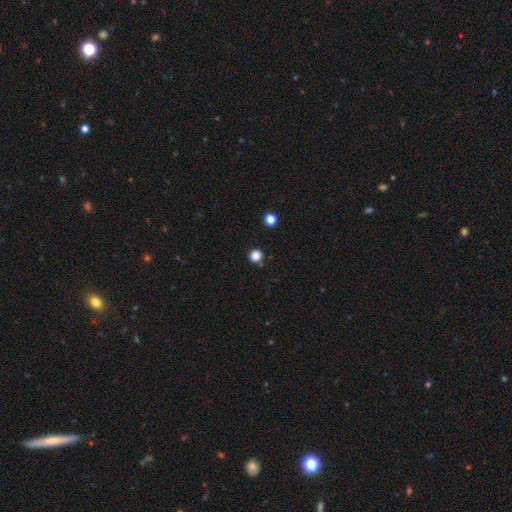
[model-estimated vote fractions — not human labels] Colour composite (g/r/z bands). It shows a smooth galaxy with no disk features (83%) that is round (94%). Merging: none (88%).